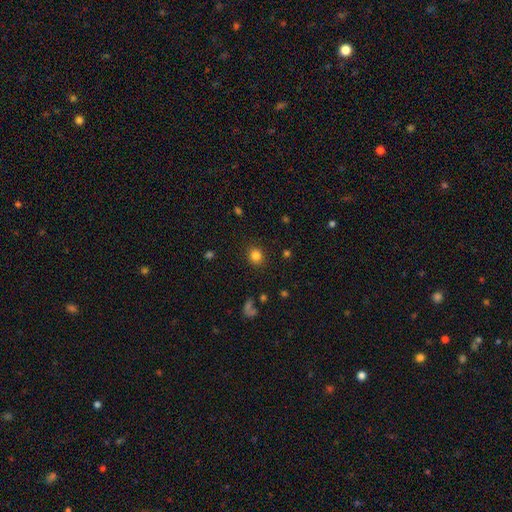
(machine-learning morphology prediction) This is clearly a smooth galaxy (83%). How rounded: clearly round (82%). Merging: clearly none (89%).